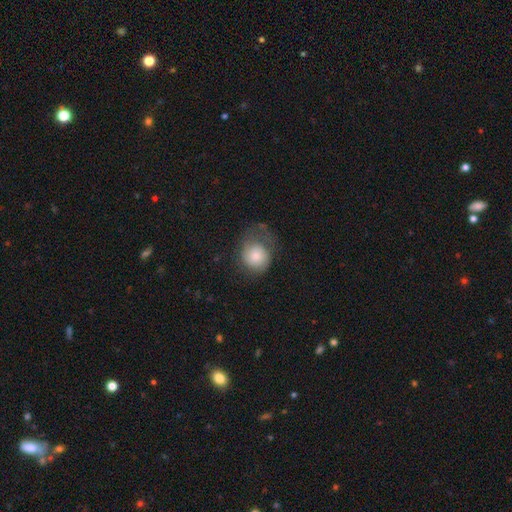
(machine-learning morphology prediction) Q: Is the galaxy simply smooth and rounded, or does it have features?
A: smooth — 68%.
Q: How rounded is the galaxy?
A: round — 72%.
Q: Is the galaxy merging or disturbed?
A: none — 37%.